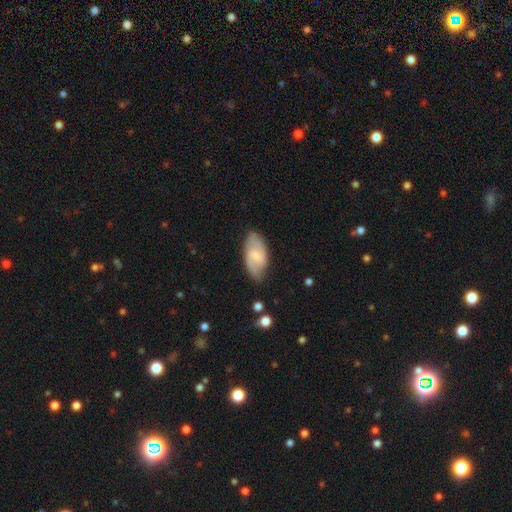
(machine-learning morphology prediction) This is possibly a featured or disk galaxy (54%). It is clearly not viewed edge-on (93%). Bar: possibly weak (52%). Spiral arm pattern: clearly yes (84%). Central bulge: possibly small (55%). Merging: likely none (74%).